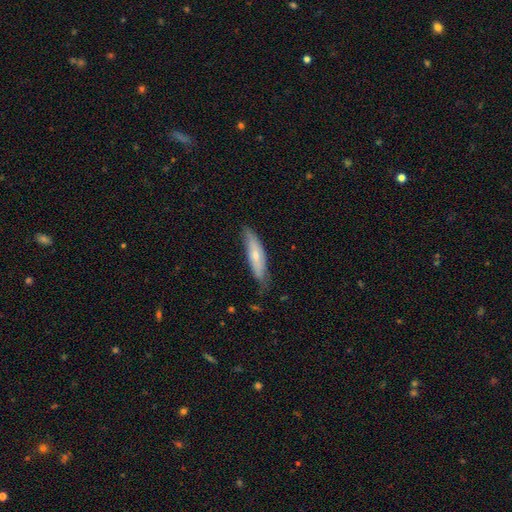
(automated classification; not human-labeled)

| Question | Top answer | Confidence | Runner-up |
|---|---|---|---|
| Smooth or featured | smooth | 53% | featured or disk (41%) |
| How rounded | cigar-shaped | 70% | in between (28%) |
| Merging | none | 67% | minor disturbance (26%) |